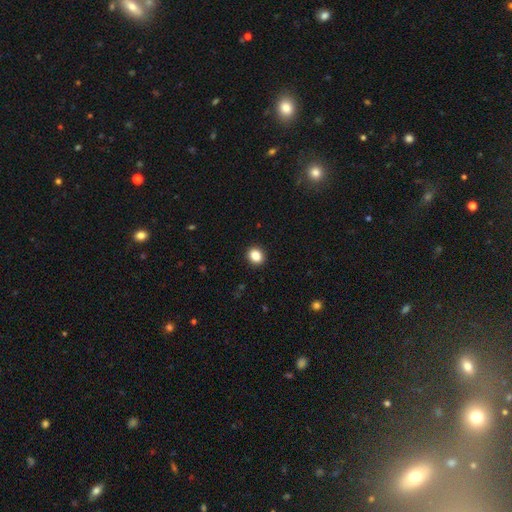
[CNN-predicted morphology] Smooth or featured: smooth — 85% (star or artifact — 10%)
How rounded: round — 67% (in between — 32%)
Merging: none — 92% (minor disturbance — 5%)